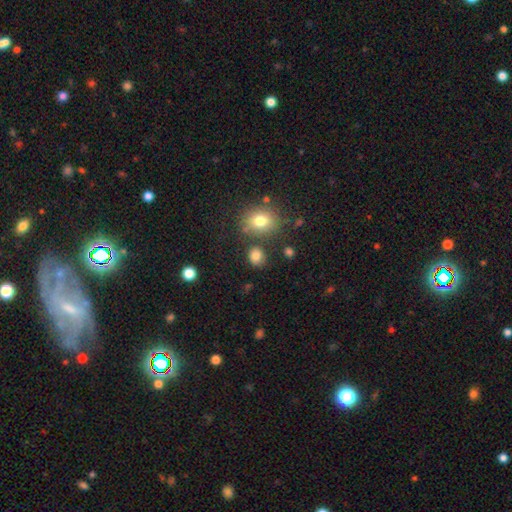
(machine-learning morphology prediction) A smooth galaxy with no disk features (81%) that is round (68%). Merging: none (79%).